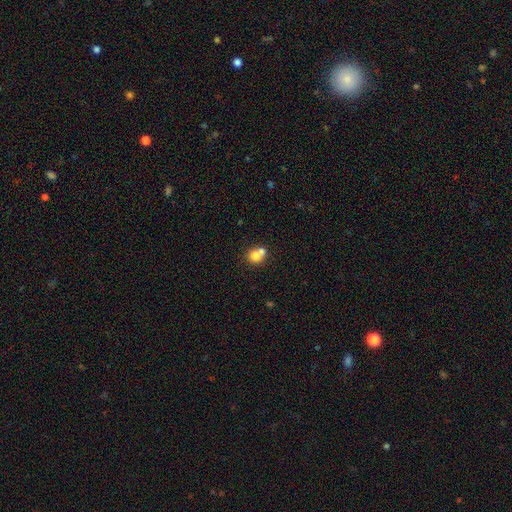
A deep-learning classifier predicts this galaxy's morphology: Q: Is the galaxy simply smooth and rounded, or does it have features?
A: smooth — 75%.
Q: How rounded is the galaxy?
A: round — 81%.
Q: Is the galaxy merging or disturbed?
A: merger — 51%.